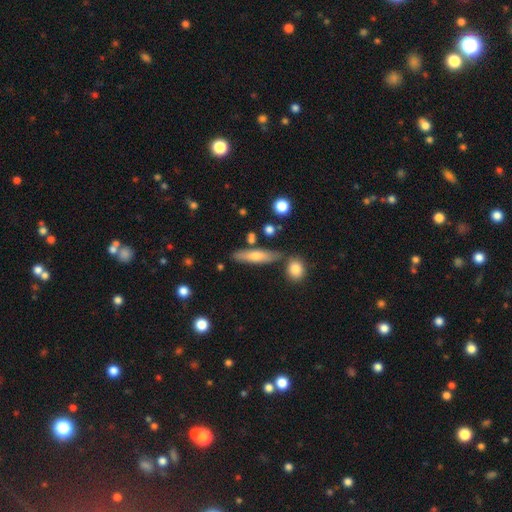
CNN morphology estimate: Smooth or featured: smooth — 59% (featured or disk — 34%)
How rounded: cigar-shaped — 75% (in between — 23%)
Merging: none — 76% (minor disturbance — 12%)